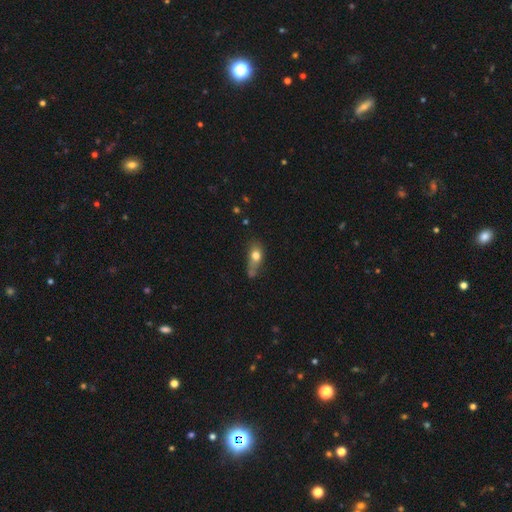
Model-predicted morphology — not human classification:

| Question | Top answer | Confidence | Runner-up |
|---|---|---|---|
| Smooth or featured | smooth | 73% | featured or disk (17%) |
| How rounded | in between | 63% | round (23%) |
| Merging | none | 33% | minor disturbance (29%) |